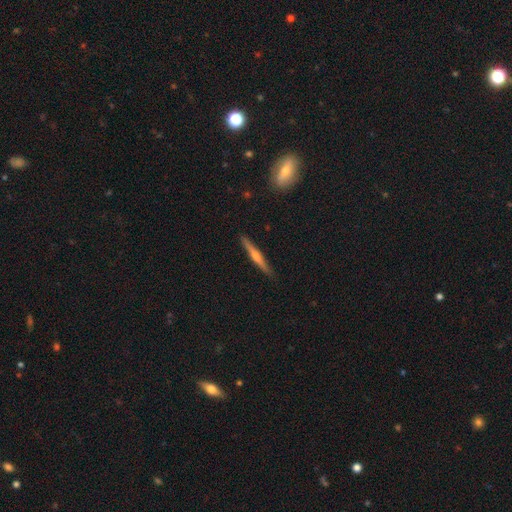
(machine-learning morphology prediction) featured or disk 68%, smooth 26%, star or artifact 6%. Down the decision tree: edge-on disk — yes (97%); edge-on bulge — rounded (81%); merging — none (90%).